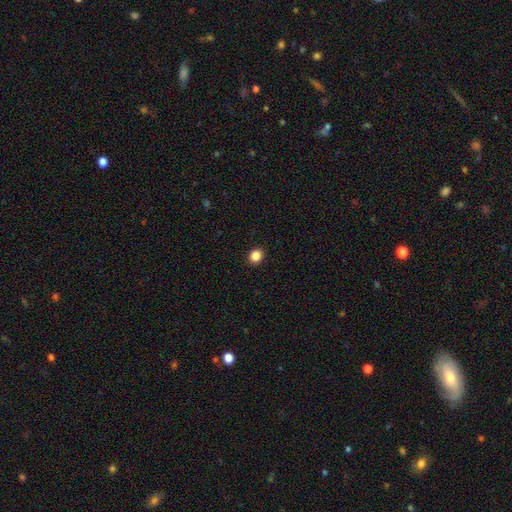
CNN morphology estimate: A smooth galaxy with no disk features (86%) that is round (71%). Merging: none (92%).